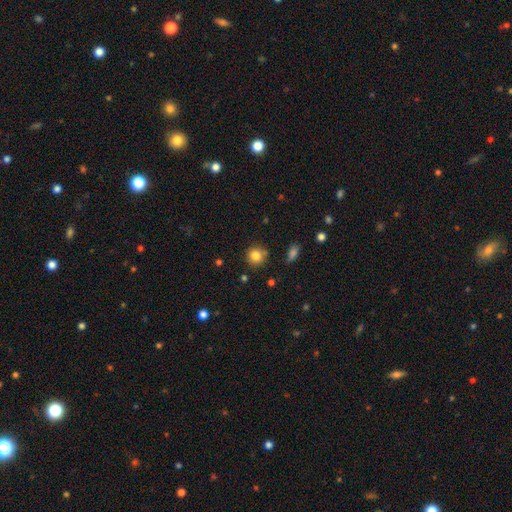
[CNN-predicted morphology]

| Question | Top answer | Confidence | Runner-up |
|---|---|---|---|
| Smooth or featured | smooth | 83% | star or artifact (11%) |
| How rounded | round | 89% | in between (10%) |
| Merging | none | 81% | minor disturbance (12%) |